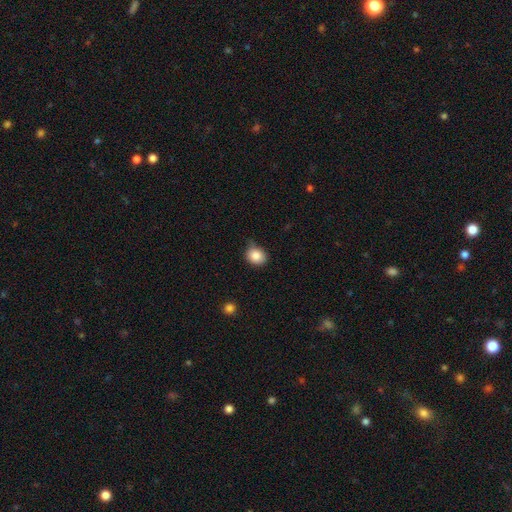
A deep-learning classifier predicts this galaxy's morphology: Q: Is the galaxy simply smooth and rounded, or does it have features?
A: smooth — 85%.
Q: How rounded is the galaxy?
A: round — 63%.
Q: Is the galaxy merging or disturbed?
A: none — 66%.